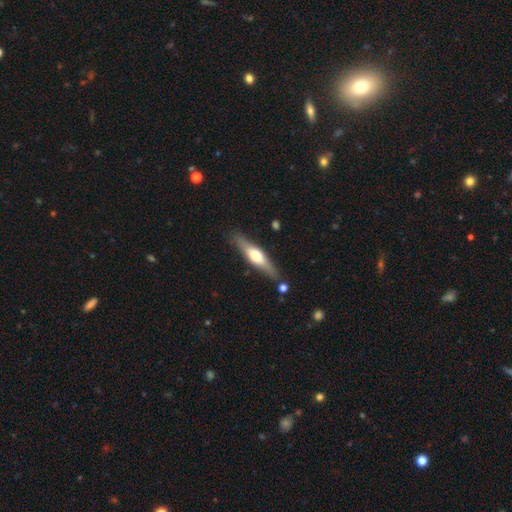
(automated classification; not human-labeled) The model was most divided on "smooth or featured": featured or disk: 58%, smooth: 37%, star or artifact: 5%. More confident: edge-on disk — yes (93%); edge-on bulge — rounded (89%); merging — none (83%).